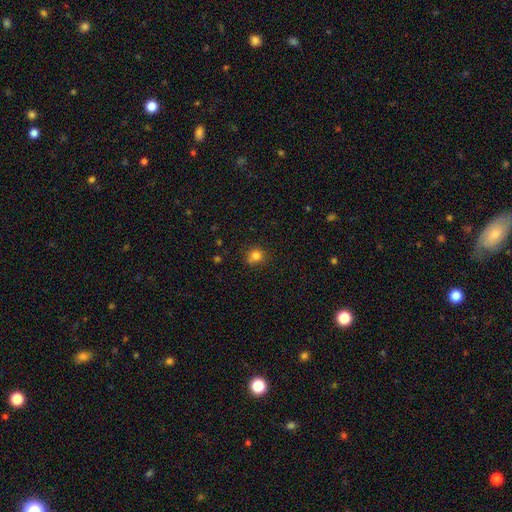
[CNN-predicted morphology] Smooth or featured? Predicted: smooth (p=0.80). How rounded? Predicted: round (p=0.82). Merging? Predicted: none (p=0.75).